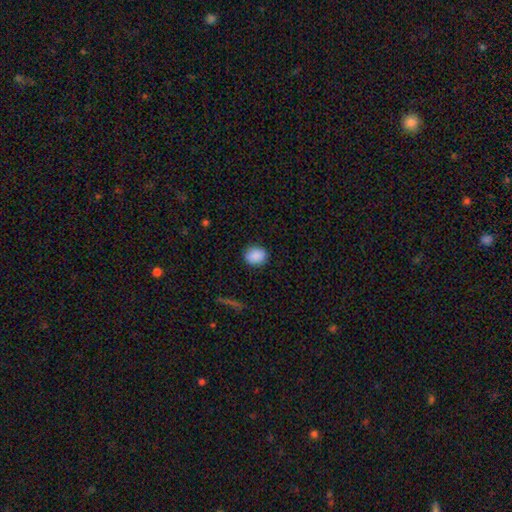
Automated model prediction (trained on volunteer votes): smooth-or-featured: smooth: 89% | star or artifact: 8% | featured or disk: 3%
  how-rounded: round: 64% | in between: 35% | cigar-shaped: 1%
  merging: none: 87% | minor disturbance: 9% | major disturbance: 2% | merger: 1%